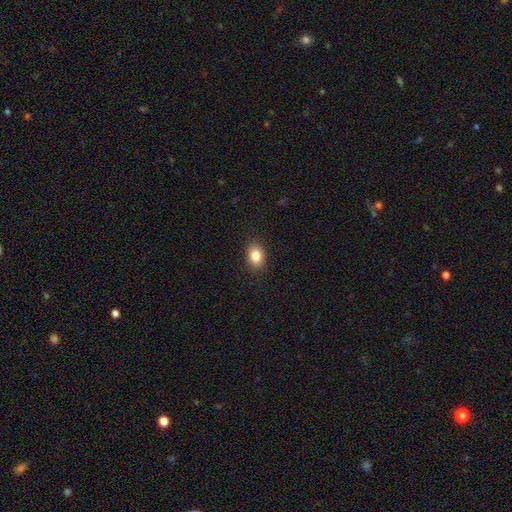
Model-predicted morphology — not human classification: A smooth galaxy with no disk features (84%) that is in between round and cigar-shaped (70%).

Vote fractions:
- Smooth or featured? smooth: 84% / star or artifact: 9% / featured or disk: 6%
- How rounded? in between: 70% / round: 29% / cigar-shaped: 1%
- Merging? none: 89% / minor disturbance: 8% / major disturbance: 2% / merger: 1%